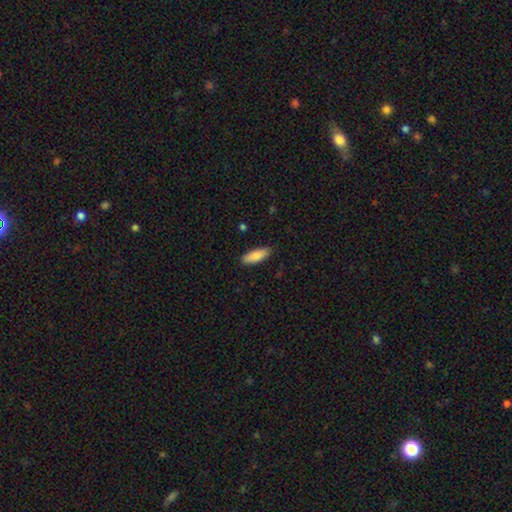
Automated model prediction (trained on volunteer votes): Smooth or featured? Predicted: smooth (p=0.84). How rounded? Predicted: in between (p=0.67). Merging? Predicted: none (p=0.89).